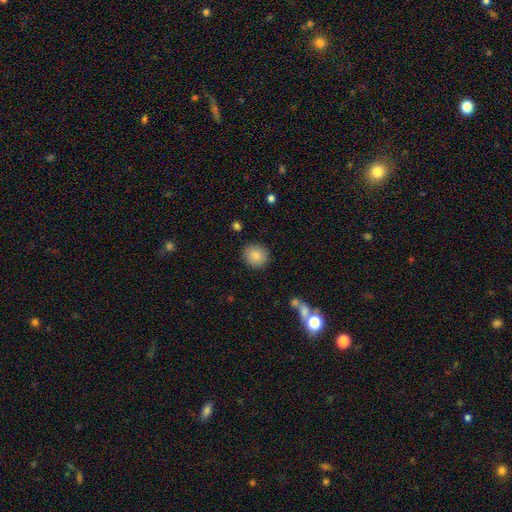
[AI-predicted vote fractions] Smooth or featured: smooth — 87% (star or artifact — 8%)
How rounded: round — 83% (in between — 16%)
Merging: none — 89% (minor disturbance — 7%)